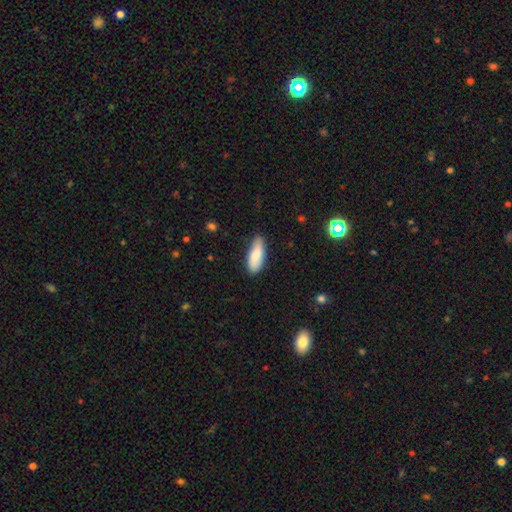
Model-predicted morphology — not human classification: A smooth galaxy with no disk features (84%) that is in between round and cigar-shaped (72%). Merging: none (75%).